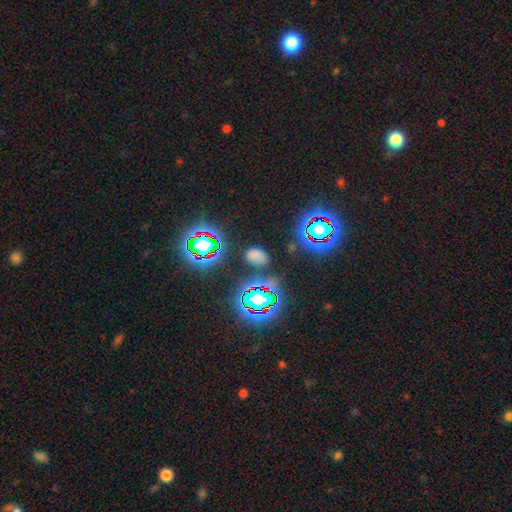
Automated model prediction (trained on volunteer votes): Morphology: type=smooth (53%); roundness=in between (77%); merging=none (80%).